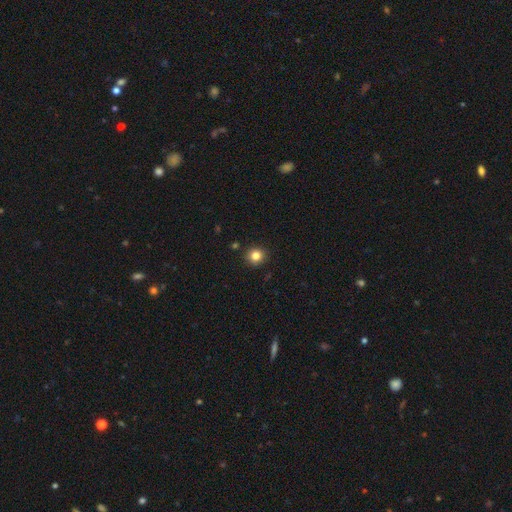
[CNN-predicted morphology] A smooth galaxy with no disk features (83%) that is round (92%).

Vote fractions:
- Smooth or featured? smooth: 83% / star or artifact: 12% / featured or disk: 5%
- How rounded? round: 92% / in between: 7% / cigar-shaped: 1%
- Merging? none: 91% / minor disturbance: 6% / merger: 2% / major disturbance: 2%